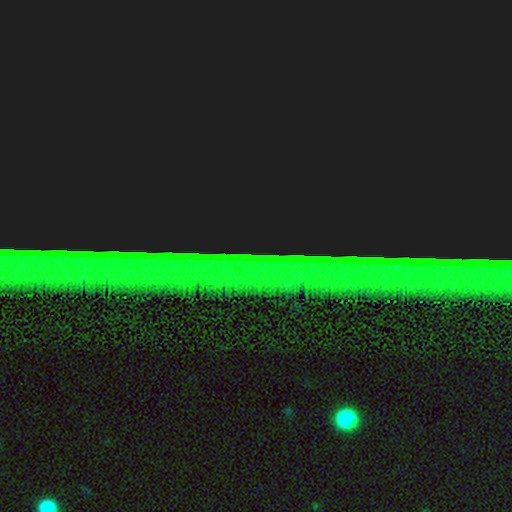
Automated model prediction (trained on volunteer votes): star or artifact 83%, featured or disk 10%, smooth 7%.